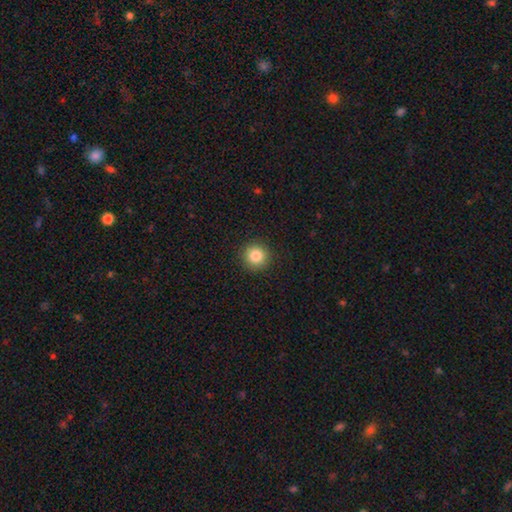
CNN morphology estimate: A smooth galaxy with no disk features (85%) that is round (94%).

Vote fractions:
- Smooth or featured? smooth: 85% / star or artifact: 10% / featured or disk: 5%
- How rounded? round: 94% / in between: 5% / cigar-shaped: 1%
- Merging? none: 92% / minor disturbance: 5% / major disturbance: 2% / merger: 1%